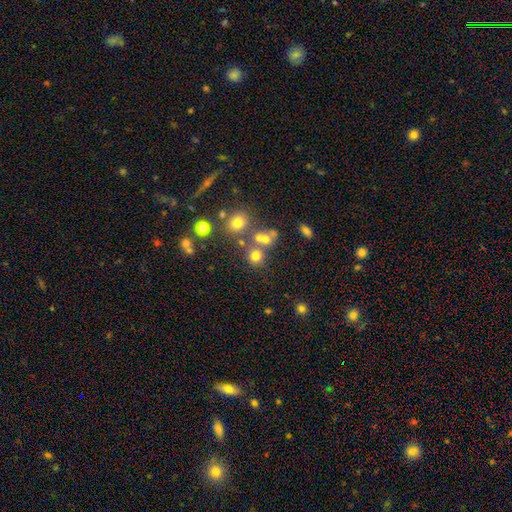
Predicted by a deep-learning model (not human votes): A smooth galaxy with no disk features (68%) that is round (83%).

Vote fractions:
- Smooth or featured? smooth: 68% / star or artifact: 20% / featured or disk: 12%
- How rounded? round: 83% / in between: 16% / cigar-shaped: 1%
- Merging? none: 58% / merger: 28% / minor disturbance: 9% / major disturbance: 5%